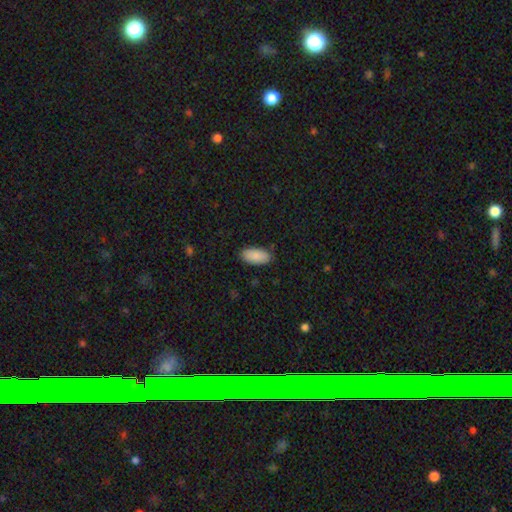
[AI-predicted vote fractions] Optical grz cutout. It shows a smooth galaxy with no disk features (90%) that is in between round and cigar-shaped (93%). Merging: none (86%).